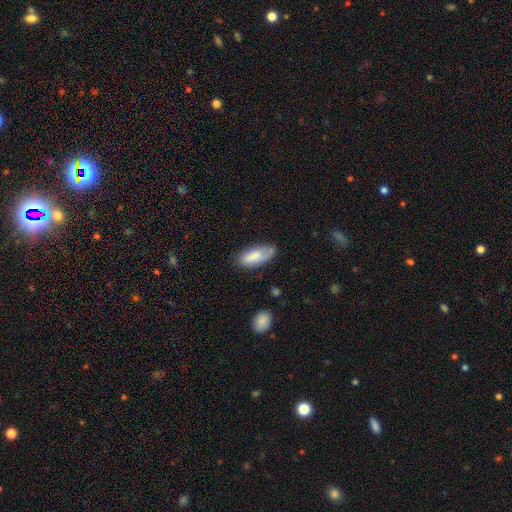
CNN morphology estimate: This appears to be a smooth galaxy with no disk features (78%) that is in between round and cigar-shaped (84%). Merging: none (64%).